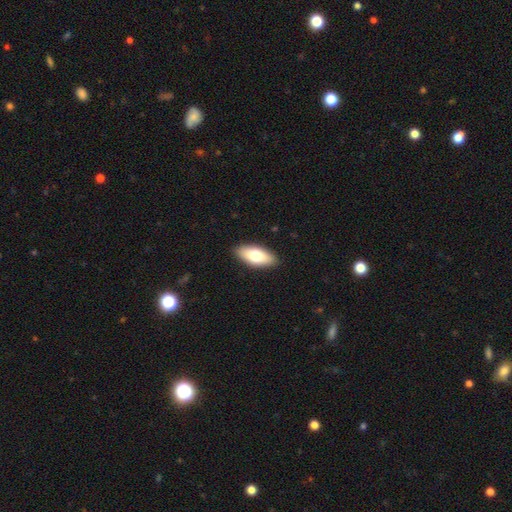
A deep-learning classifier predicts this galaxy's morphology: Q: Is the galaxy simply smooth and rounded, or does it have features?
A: smooth — 73%.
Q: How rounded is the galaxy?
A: in between — 84%.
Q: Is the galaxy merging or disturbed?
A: none — 89%.